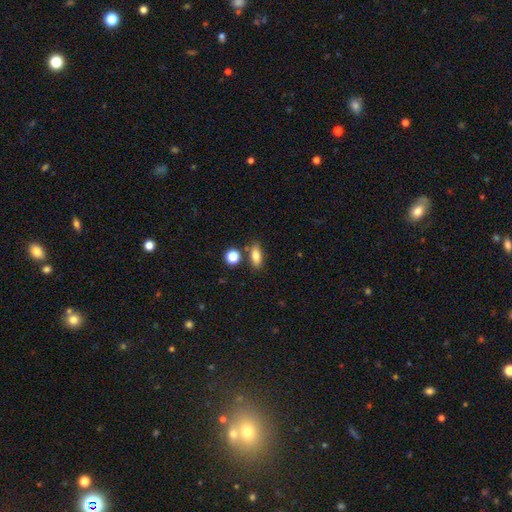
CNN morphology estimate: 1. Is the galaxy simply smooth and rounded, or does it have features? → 79% smooth, 11% featured or disk, 9% star or artifact.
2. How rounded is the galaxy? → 74% in between, 18% cigar-shaped, 8% round.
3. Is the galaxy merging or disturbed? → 77% none, 11% minor disturbance, 8% merger, 3% major disturbance.